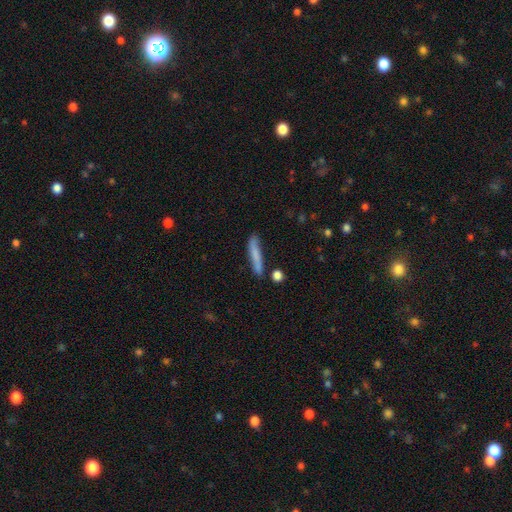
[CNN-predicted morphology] Smooth or featured: smooth — 72% (featured or disk — 21%)
How rounded: cigar-shaped — 91% (in between — 7%)
Merging: none — 75% (minor disturbance — 17%)